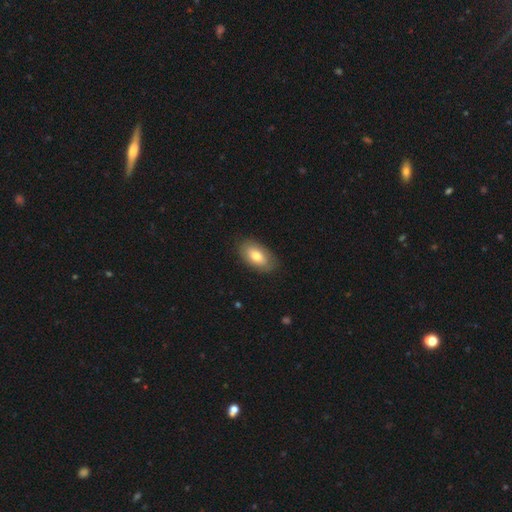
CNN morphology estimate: Smooth or featured?
  - smooth: 74% *
  - featured or disk: 19%
  - star or artifact: 6%
How rounded?
  - in between: 93% *
  - round: 4%
  - cigar-shaped: 2%
Merging?
  - none: 84% *
  - minor disturbance: 12%
  - major disturbance: 3%
  - merger: 1%